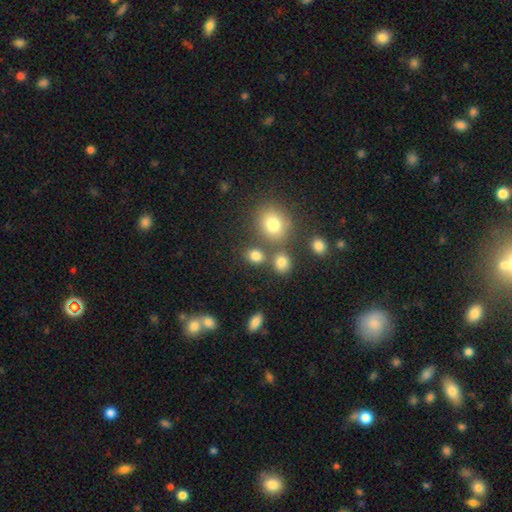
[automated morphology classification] Smooth or featured?
  - smooth: 79% *
  - star or artifact: 14%
  - featured or disk: 7%
How rounded?
  - round: 58% *
  - in between: 40%
  - cigar-shaped: 2%
Merging?
  - none: 66% *
  - merger: 19%
  - minor disturbance: 10%
  - major disturbance: 5%